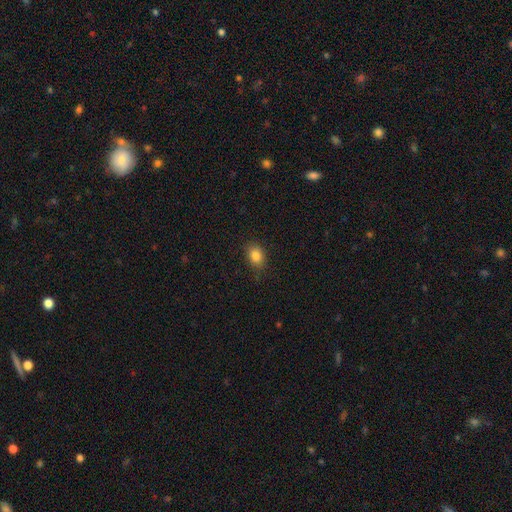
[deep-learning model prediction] A smooth galaxy with no disk features (84%) that is in between round and cigar-shaped (65%). Merging: none (84%).